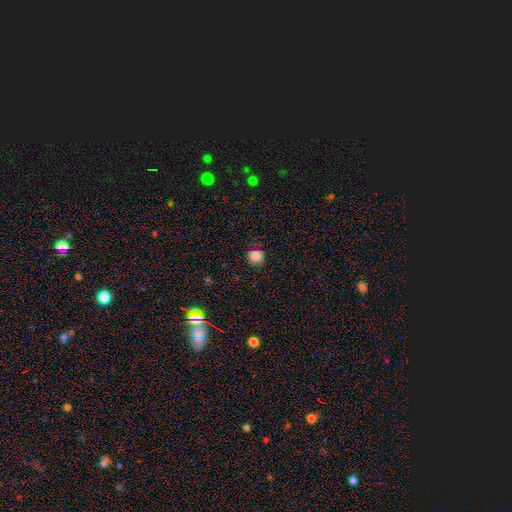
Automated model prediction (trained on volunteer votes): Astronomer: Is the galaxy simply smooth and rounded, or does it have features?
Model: smooth — 84%.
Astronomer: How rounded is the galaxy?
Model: round — 91%.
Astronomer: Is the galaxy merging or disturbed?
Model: none — 86%.